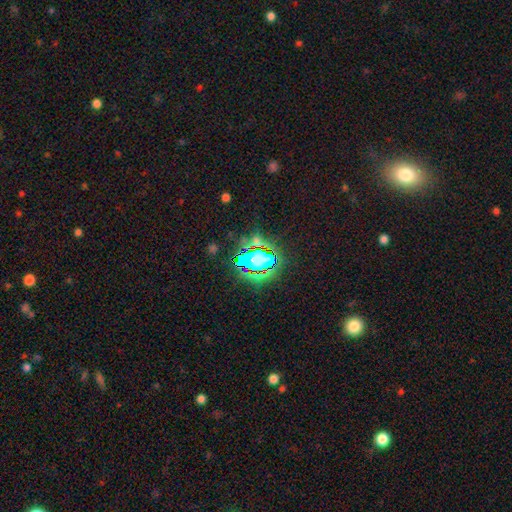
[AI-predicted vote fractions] Morphology: type=star or artifact (57%).